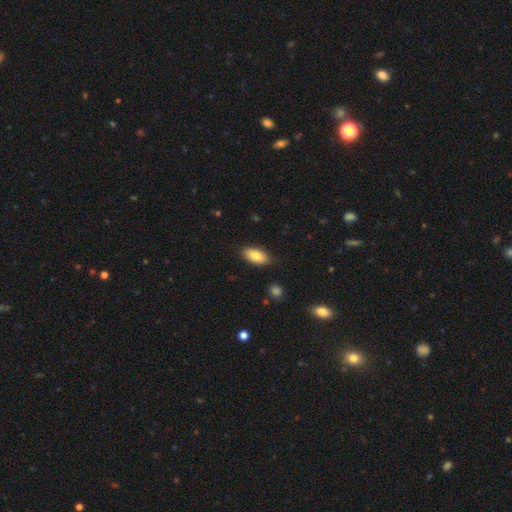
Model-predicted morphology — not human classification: The model was most divided on "smooth or featured": smooth: 82%, featured or disk: 11%, star or artifact: 7%. More confident: how rounded — in between (91%); merging — none (87%).